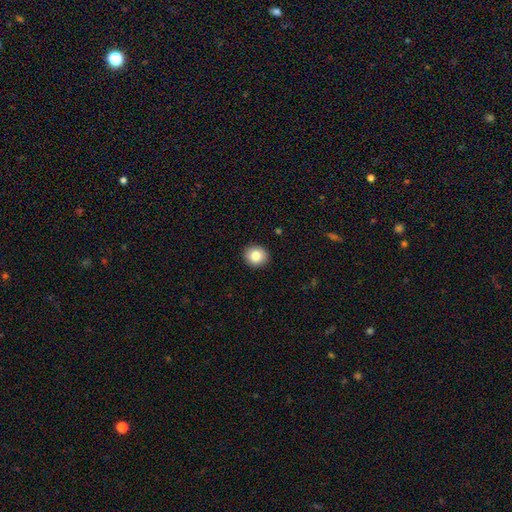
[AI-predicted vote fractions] A smooth galaxy with no disk features (84%) that is round (83%). Merging: none (92%).